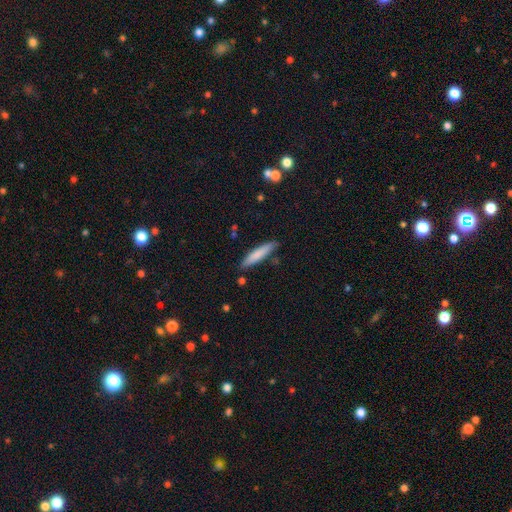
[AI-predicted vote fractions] Smooth or featured? Predicted: smooth (p=0.77). How rounded? Predicted: cigar-shaped (p=0.88). Merging? Predicted: none (p=0.84).